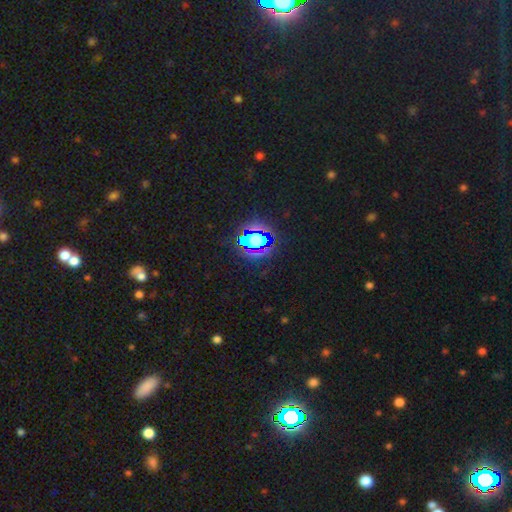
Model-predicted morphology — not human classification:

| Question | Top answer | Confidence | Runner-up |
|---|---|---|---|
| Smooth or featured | star or artifact | 80% | smooth (13%) |